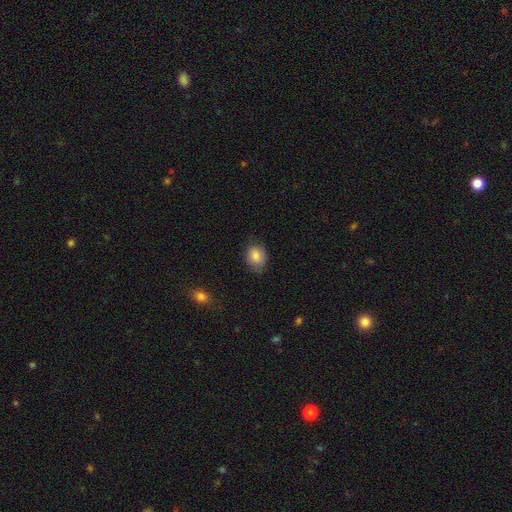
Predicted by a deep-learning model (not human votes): Morphology: type=smooth (85%); roundness=in between (56%); merging=none (69%).